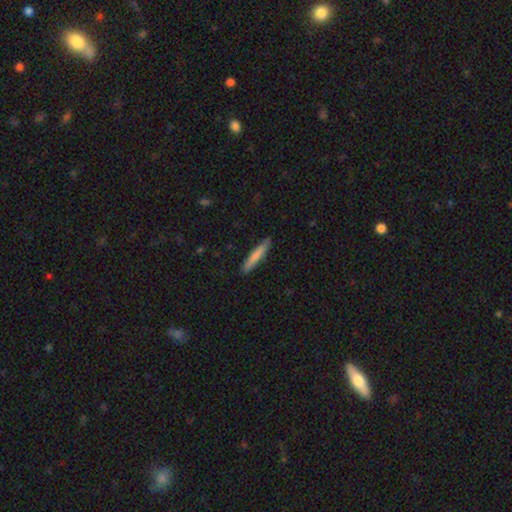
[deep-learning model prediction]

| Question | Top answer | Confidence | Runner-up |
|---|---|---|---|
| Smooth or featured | smooth | 78% | featured or disk (17%) |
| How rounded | cigar-shaped | 93% | in between (6%) |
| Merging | none | 88% | minor disturbance (9%) |